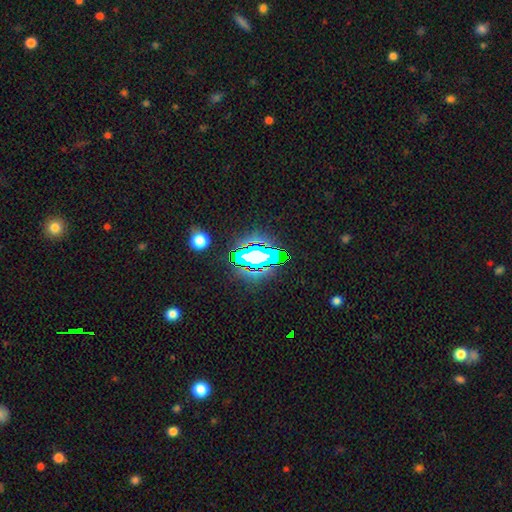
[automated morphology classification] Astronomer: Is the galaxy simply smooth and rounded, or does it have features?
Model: star or artifact — 61%.